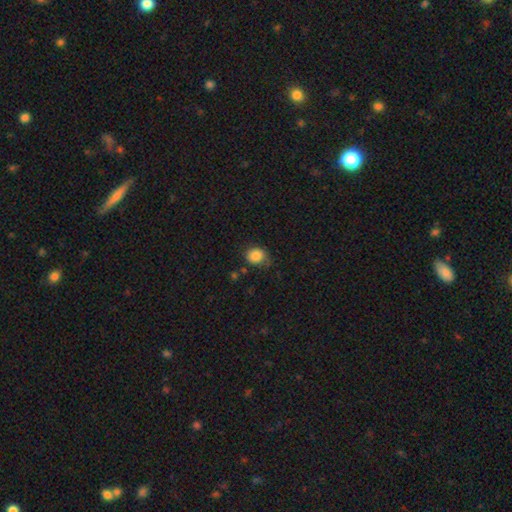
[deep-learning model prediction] The model was most divided on "how rounded": round: 67%, in between: 32%, cigar-shaped: 1%. More confident: smooth or featured — smooth (84%); merging — none (67%).